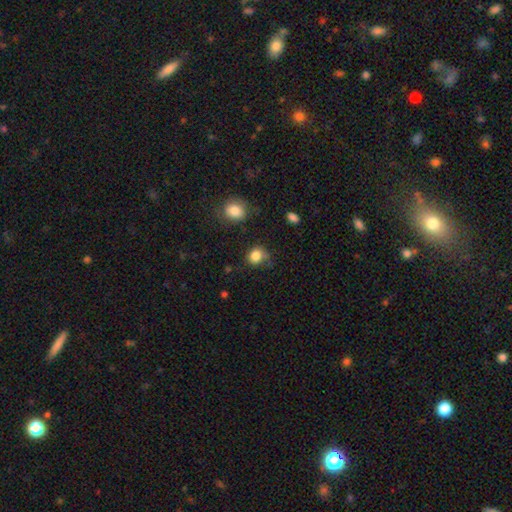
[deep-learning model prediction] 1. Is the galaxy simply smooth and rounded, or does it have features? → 84% smooth, 10% star or artifact, 5% featured or disk.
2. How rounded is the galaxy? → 71% round, 28% in between, 1% cigar-shaped.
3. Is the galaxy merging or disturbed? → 61% none, 26% minor disturbance, 9% major disturbance, 4% merger.